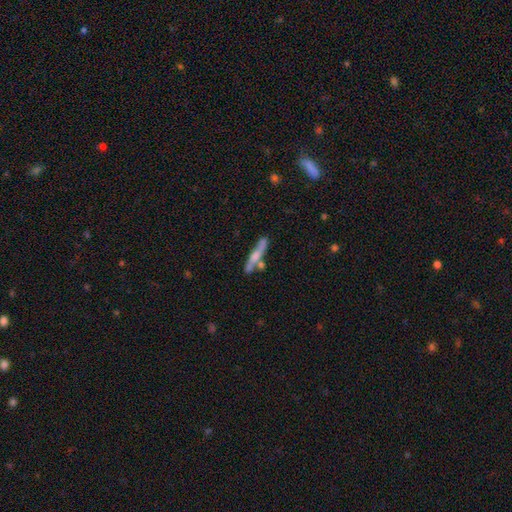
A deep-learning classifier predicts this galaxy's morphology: Smooth or featured? Predicted: smooth (p=0.48). Merging? Predicted: none (p=0.62).